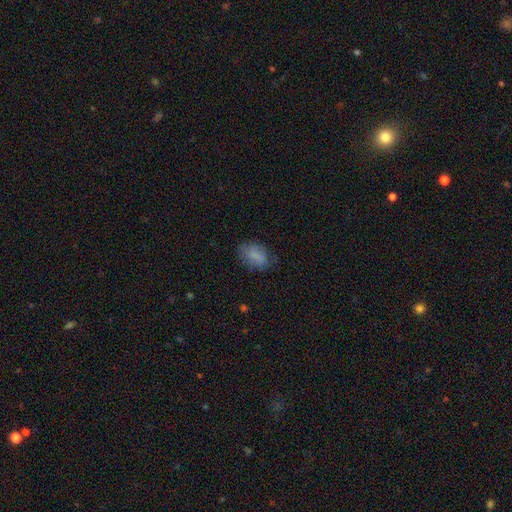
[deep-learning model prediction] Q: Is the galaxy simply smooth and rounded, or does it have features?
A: smooth — 78%.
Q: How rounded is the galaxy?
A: in between — 84%.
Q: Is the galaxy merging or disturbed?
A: none — 69%.